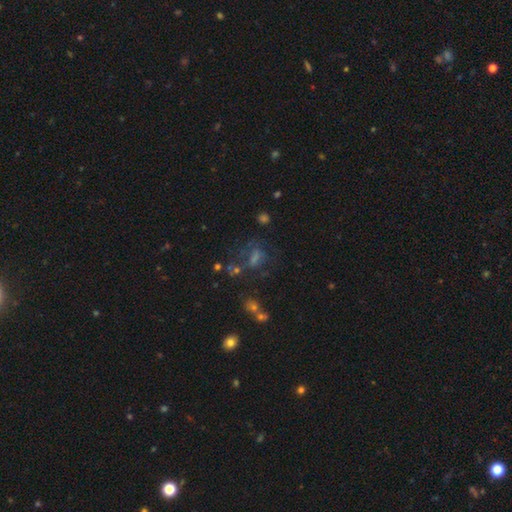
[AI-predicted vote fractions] A star or artifact, not a galaxy (38%).